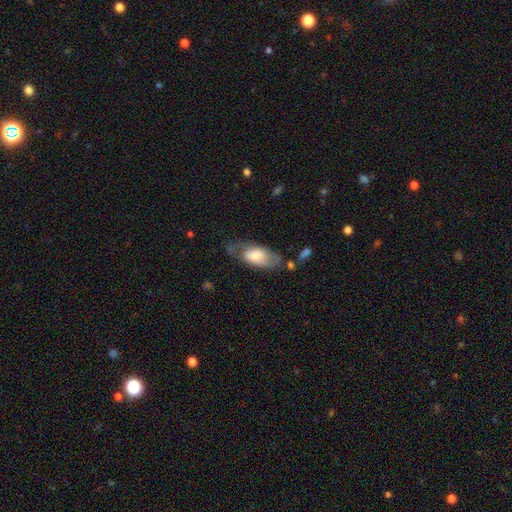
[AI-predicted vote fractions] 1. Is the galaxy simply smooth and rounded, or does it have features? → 55% smooth, 39% featured or disk, 6% star or artifact.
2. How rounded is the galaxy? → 86% in between, 11% cigar-shaped, 3% round.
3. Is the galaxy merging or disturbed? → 53% none, 26% minor disturbance, 16% major disturbance, 5% merger.